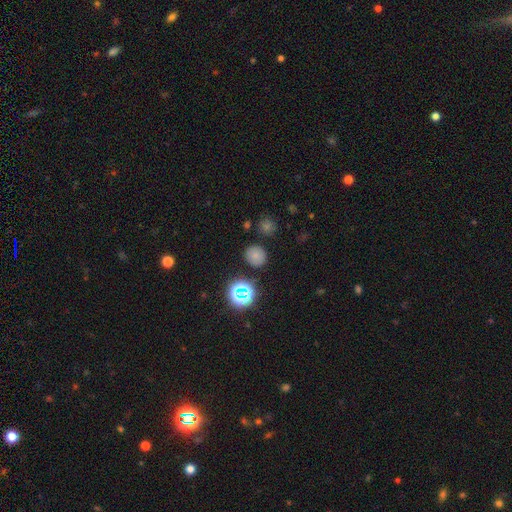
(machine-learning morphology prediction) Overall: smooth (72%). How rounded: round (84%). Merging: none (85%).